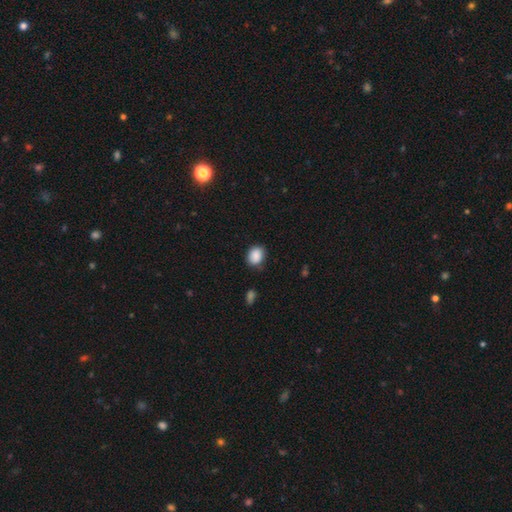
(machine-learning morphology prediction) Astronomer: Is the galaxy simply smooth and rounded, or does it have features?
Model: smooth — 88%.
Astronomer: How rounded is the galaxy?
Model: in between — 54% (runner-up: round, 45%).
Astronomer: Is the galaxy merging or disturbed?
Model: none — 77%.